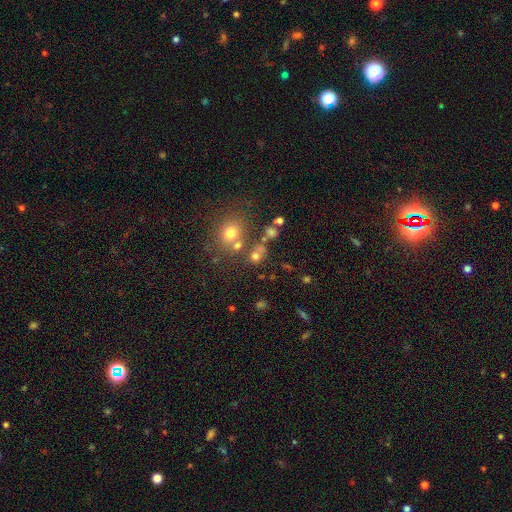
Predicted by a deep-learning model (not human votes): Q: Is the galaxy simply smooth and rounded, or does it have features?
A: smooth — 66%.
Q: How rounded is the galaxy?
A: round — 76%.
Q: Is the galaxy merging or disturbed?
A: none — 56%.